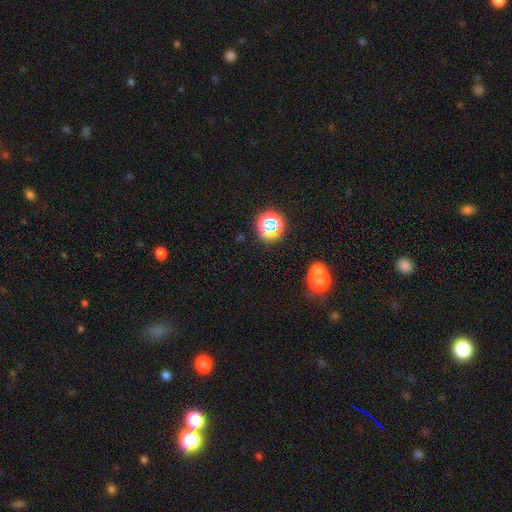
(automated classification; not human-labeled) Morphology: type=star or artifact (61%).